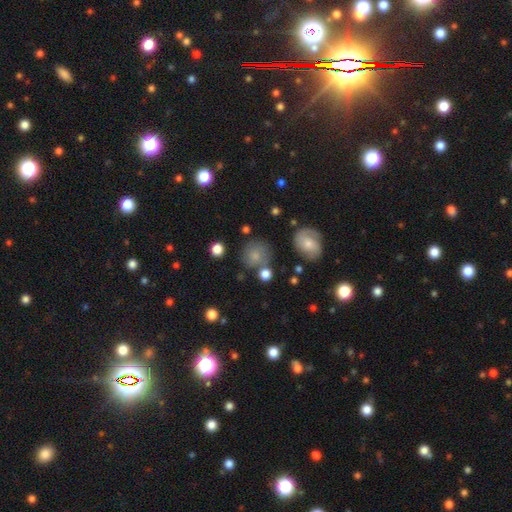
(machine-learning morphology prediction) A smooth galaxy with no disk features (76%) that is round (87%). Merging: none (69%).